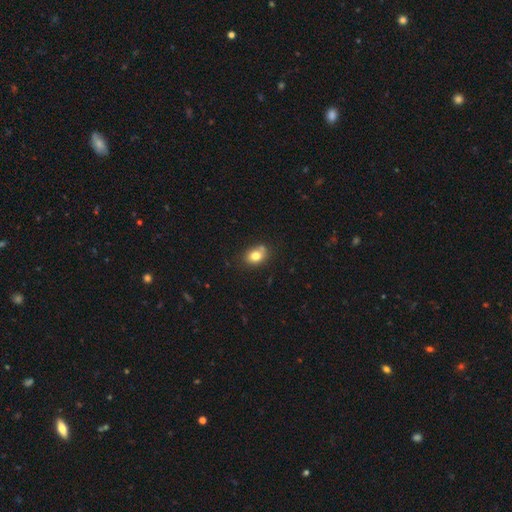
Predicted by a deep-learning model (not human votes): A smooth galaxy with no disk features (79%) that is in between round and cigar-shaped (58%).

Vote fractions:
- Smooth or featured? smooth: 79% / featured or disk: 11% / star or artifact: 11%
- How rounded? in between: 58% / round: 41% / cigar-shaped: 1%
- Merging? none: 65% / minor disturbance: 18% / merger: 12% / major disturbance: 4%